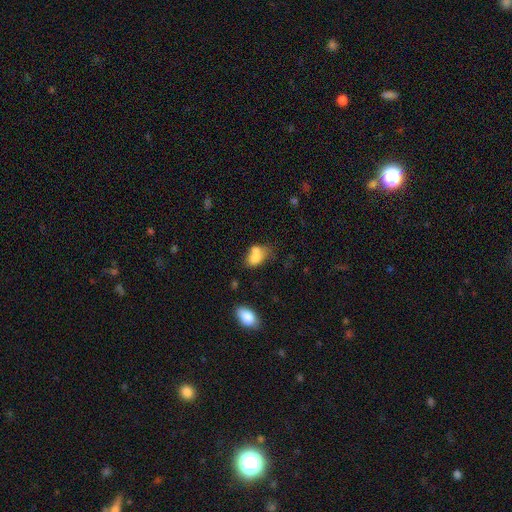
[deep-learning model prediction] Smooth or featured? smooth (73%)
How rounded? in between (75%)
Merging? merger (53%)